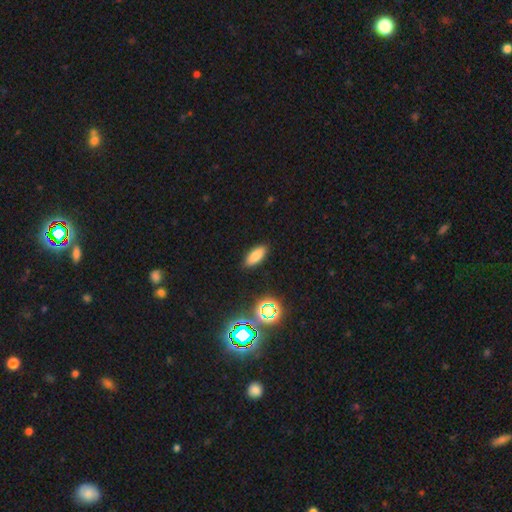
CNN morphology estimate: smooth_or_featured: smooth (p=0.78) [alt: star or artifact p=0.14]
how_rounded: in between (p=0.80) [alt: cigar-shaped p=0.17]
merging: none (p=0.88) [alt: minor disturbance p=0.08]